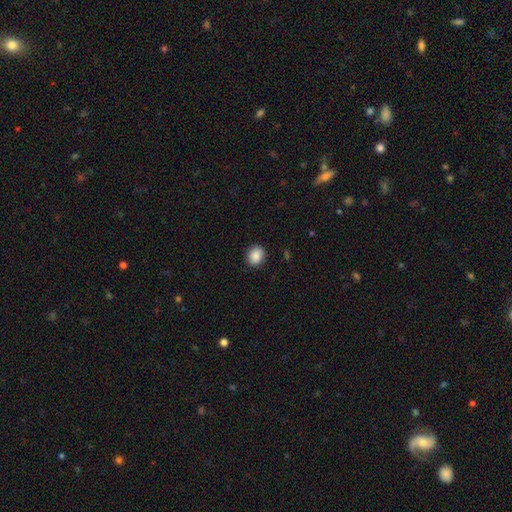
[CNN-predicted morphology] smooth 87%, star or artifact 8%, featured or disk 5%. Down the decision tree: how rounded — round (68%); merging — none (89%).